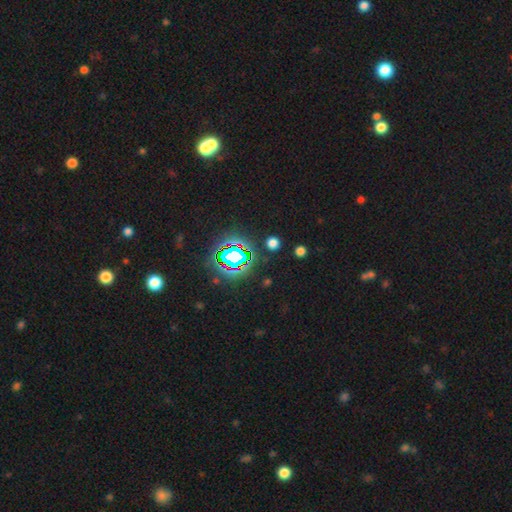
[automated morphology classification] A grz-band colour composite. It shows a star or artifact, not a galaxy (80%).